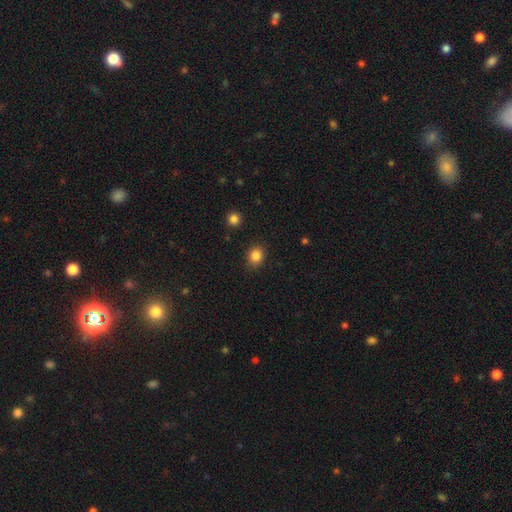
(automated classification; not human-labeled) smooth_or_featured: smooth (p=0.85) [alt: star or artifact p=0.11]
how_rounded: round (p=0.67) [alt: in between p=0.32]
merging: none (p=0.87) [alt: minor disturbance p=0.09]